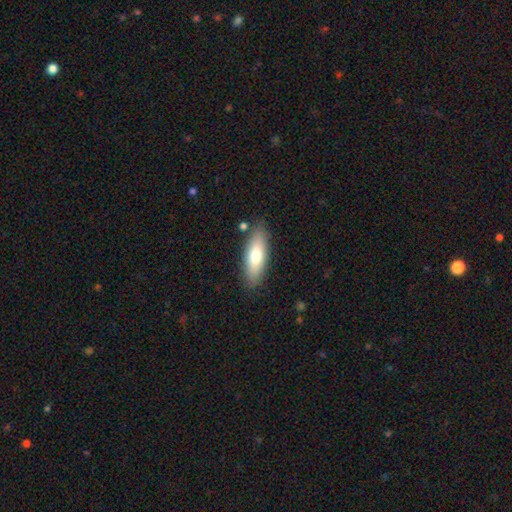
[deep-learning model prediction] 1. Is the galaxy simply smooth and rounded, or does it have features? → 72% smooth, 22% featured or disk, 6% star or artifact.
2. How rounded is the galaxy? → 62% in between, 36% cigar-shaped, 2% round.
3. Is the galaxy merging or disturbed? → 83% none, 11% minor disturbance, 3% merger, 3% major disturbance.